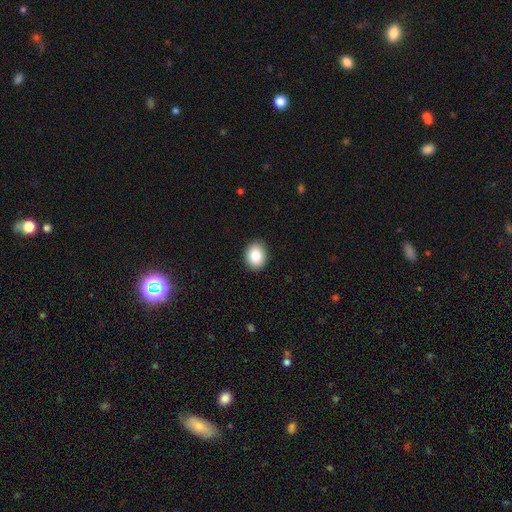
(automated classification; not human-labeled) Smooth or featured: smooth — 85% (star or artifact — 8%)
How rounded: in between — 51% (round — 49%)
Merging: none — 89% (minor disturbance — 8%)